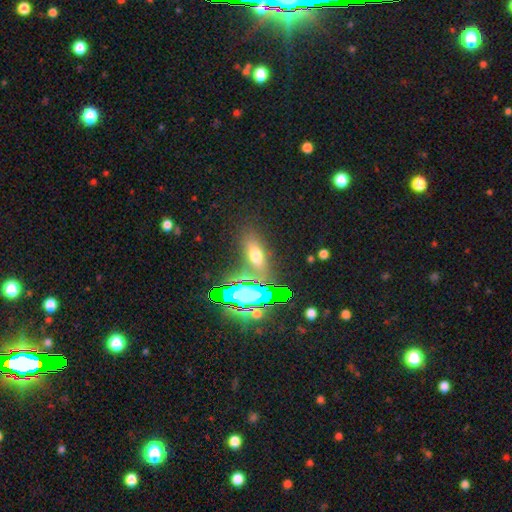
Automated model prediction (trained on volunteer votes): A smooth galaxy with no disk features (54%) that is in between round and cigar-shaped (68%).

Vote fractions:
- Smooth or featured? smooth: 54% / star or artifact: 29% / featured or disk: 17%
- How rounded? in between: 68% / cigar-shaped: 20% / round: 11%
- Merging? none: 79% / minor disturbance: 11% / merger: 6% / major disturbance: 5%